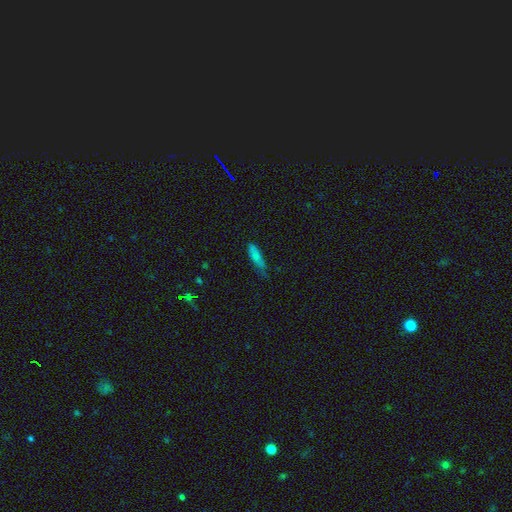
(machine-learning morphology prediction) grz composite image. It shows a smooth galaxy with no disk features (77%) that is cigar-shaped (62%). Merging: none (49%).